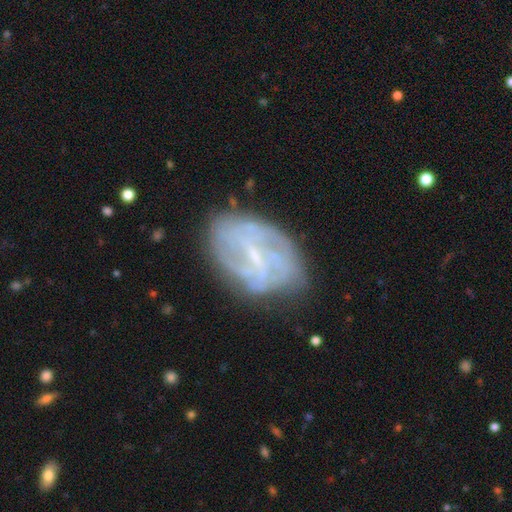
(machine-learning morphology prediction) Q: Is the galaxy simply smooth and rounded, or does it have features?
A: featured or disk — 75%.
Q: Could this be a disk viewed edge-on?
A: no — 97%.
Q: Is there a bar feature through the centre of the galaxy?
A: weak — 51%.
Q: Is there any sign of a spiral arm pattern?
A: yes — 76%.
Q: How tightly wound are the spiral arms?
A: tight — 43%.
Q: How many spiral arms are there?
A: can't tell — 48%.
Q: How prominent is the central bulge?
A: small — 69%.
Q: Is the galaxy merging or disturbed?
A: none — 66%.